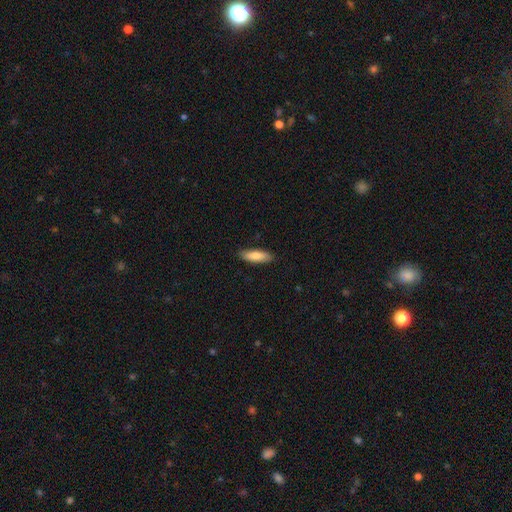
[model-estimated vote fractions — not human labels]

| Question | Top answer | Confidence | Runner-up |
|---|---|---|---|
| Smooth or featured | smooth | 79% | featured or disk (16%) |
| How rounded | cigar-shaped | 51% | in between (47%) |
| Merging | none | 87% | minor disturbance (10%) |